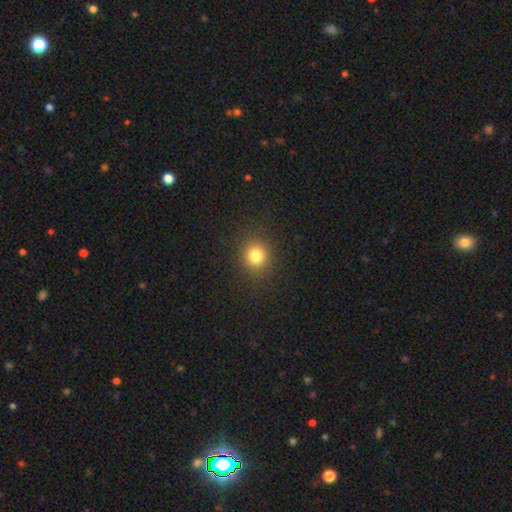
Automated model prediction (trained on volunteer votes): smooth-or-featured: smooth: 81% | star or artifact: 14% | featured or disk: 6%
  how-rounded: round: 85% | in between: 14% | cigar-shaped: 1%
  merging: none: 90% | minor disturbance: 6% | major disturbance: 3% | merger: 1%